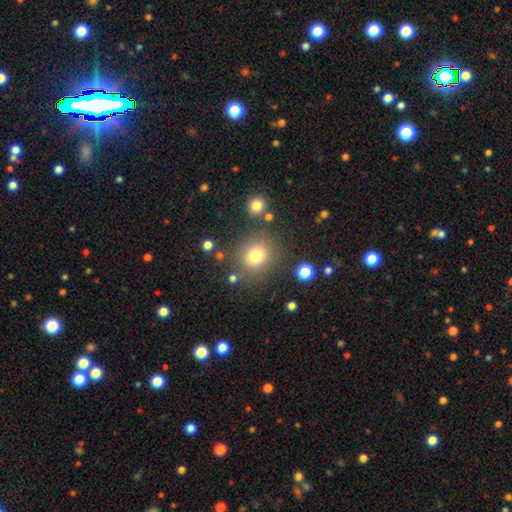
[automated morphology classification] Overall: smooth (76%). How rounded: round (86%). Merging: none (80%).